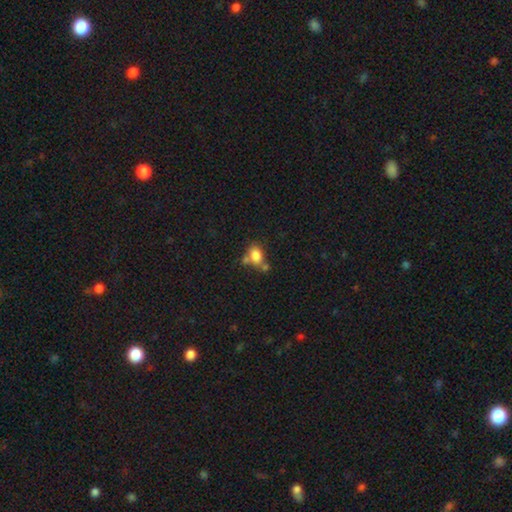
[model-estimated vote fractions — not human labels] Smooth or featured? smooth (80%)
How rounded? in between (77%)
Merging? none (41%)